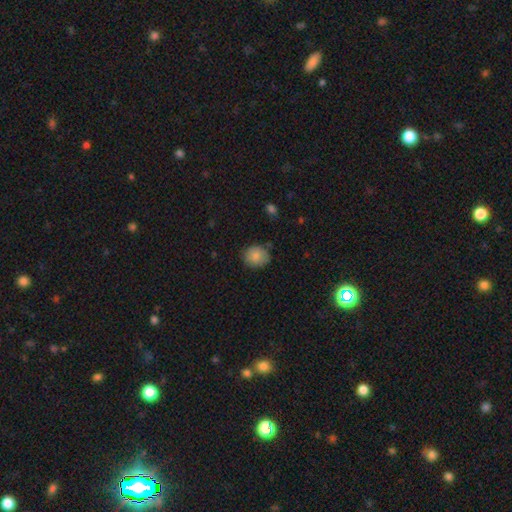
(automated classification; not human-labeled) A smooth galaxy with no disk features (84%) that is round (67%). Merging: none (79%).